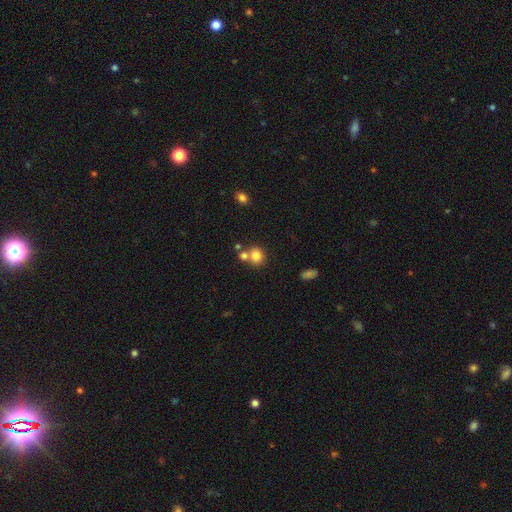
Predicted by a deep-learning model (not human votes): Smooth or featured?
  - smooth: 80% *
  - star or artifact: 11%
  - featured or disk: 9%
How rounded?
  - round: 80% *
  - in between: 19%
  - cigar-shaped: 1%
Merging?
  - none: 53% *
  - merger: 35%
  - minor disturbance: 9%
  - major disturbance: 3%